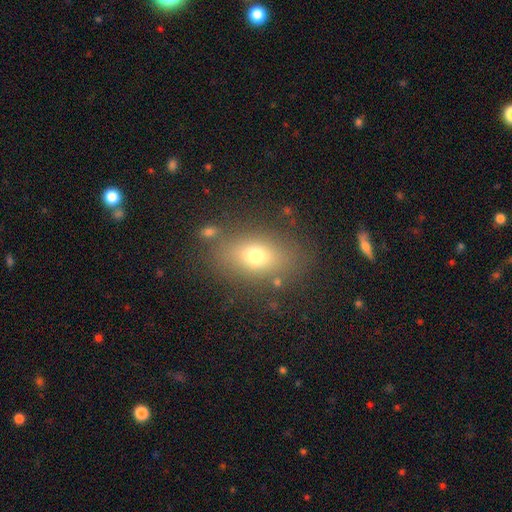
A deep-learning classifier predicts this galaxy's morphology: smooth_or_featured: smooth (p=0.71) [alt: featured or disk p=0.15]
how_rounded: in between (p=0.75) [alt: round p=0.22]
merging: none (p=0.77) [alt: minor disturbance p=0.12]